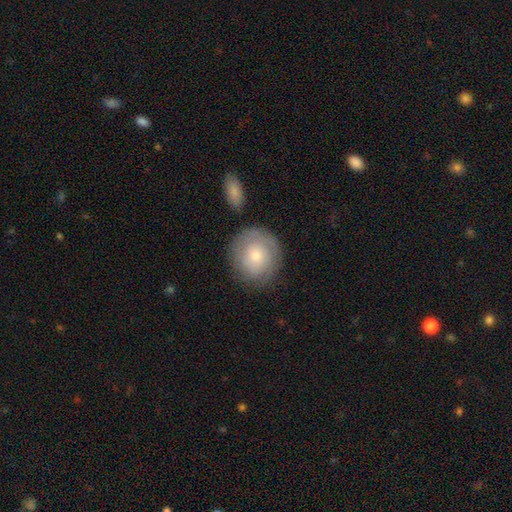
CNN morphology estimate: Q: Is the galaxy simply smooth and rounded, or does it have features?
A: smooth — 65%.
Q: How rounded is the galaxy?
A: round — 90%.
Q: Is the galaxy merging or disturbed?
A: none — 78%.